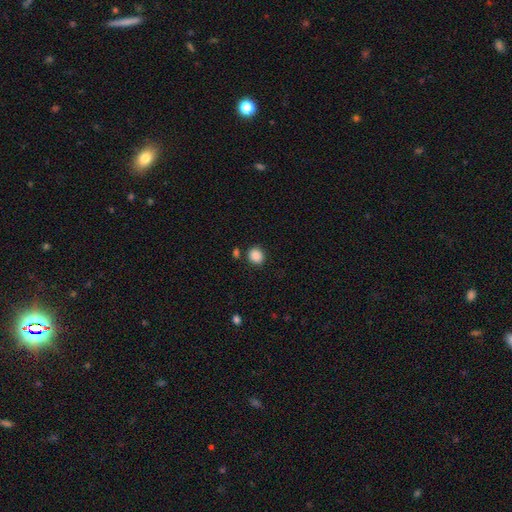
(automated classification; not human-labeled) Smooth or featured? smooth (88%)
How rounded? round (75%)
Merging? none (83%)